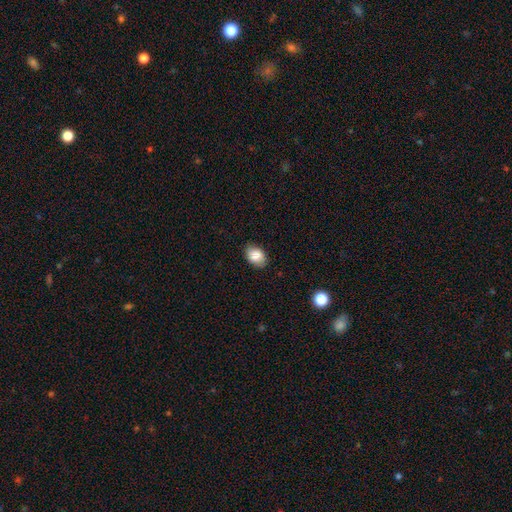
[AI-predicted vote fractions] Smooth or featured? Predicted: smooth (p=0.85). How rounded? Predicted: in between (p=0.83). Merging? Predicted: none (p=0.84).